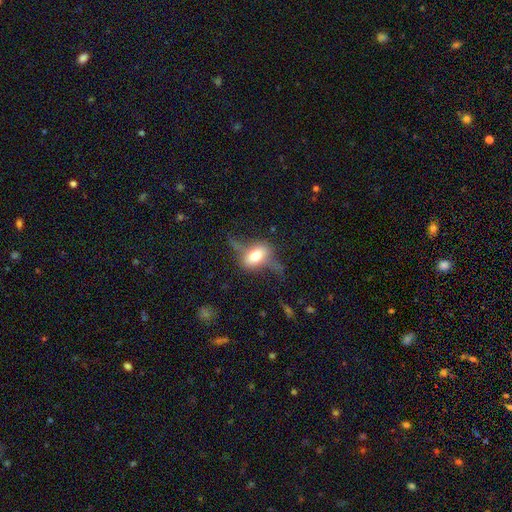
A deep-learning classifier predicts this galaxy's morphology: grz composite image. It shows a featured or disk galaxy (53%) viewed edge-on (52%). Merging: none (44%).